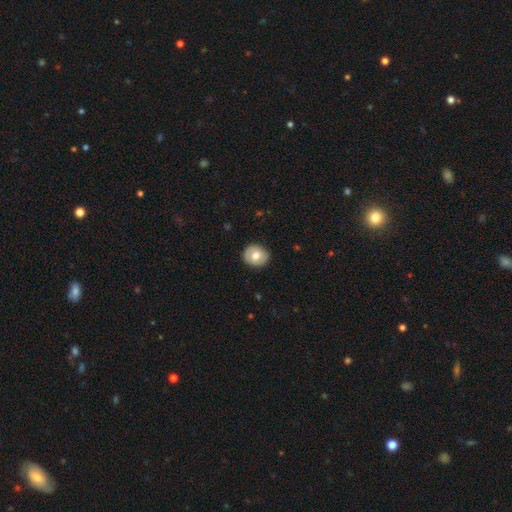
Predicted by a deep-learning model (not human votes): A smooth galaxy with no disk features (64%) that is round (79%).

Vote fractions:
- Smooth or featured? smooth: 64% / featured or disk: 29% / star or artifact: 7%
- How rounded? round: 79% / in between: 20% / cigar-shaped: 1%
- Merging? none: 87% / minor disturbance: 10% / major disturbance: 2% / merger: 1%